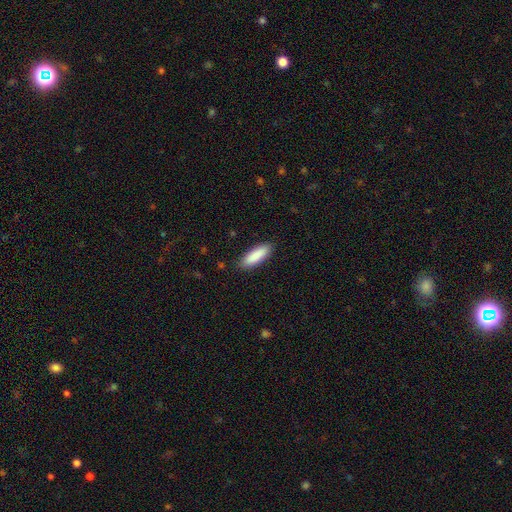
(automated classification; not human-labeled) Overall: smooth (88%). How rounded: in between (53%; cigar-shaped 45%). Merging: none (88%).